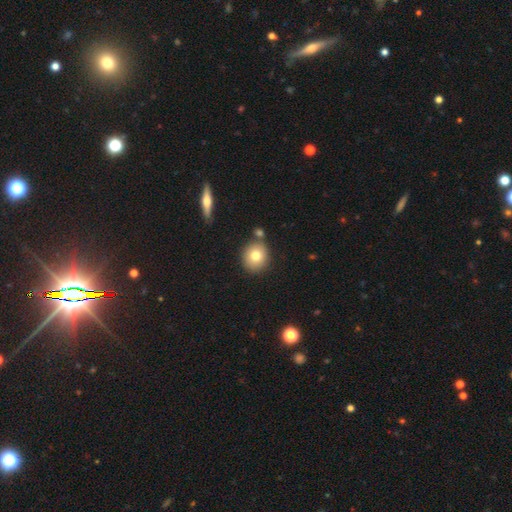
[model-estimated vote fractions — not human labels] Smooth or featured?
  - smooth: 77% *
  - featured or disk: 13%
  - star or artifact: 10%
How rounded?
  - round: 82% *
  - in between: 17%
  - cigar-shaped: 1%
Merging?
  - none: 77% *
  - merger: 11%
  - minor disturbance: 10%
  - major disturbance: 3%